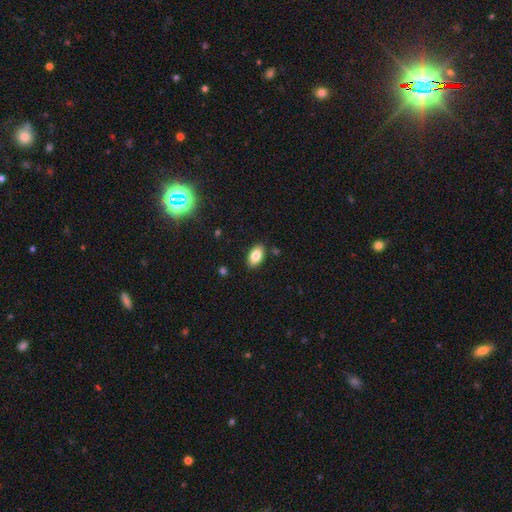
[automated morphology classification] Smooth or featured? Predicted: smooth (p=0.83). How rounded? Predicted: in between (p=0.93). Merging? Predicted: none (p=0.87).